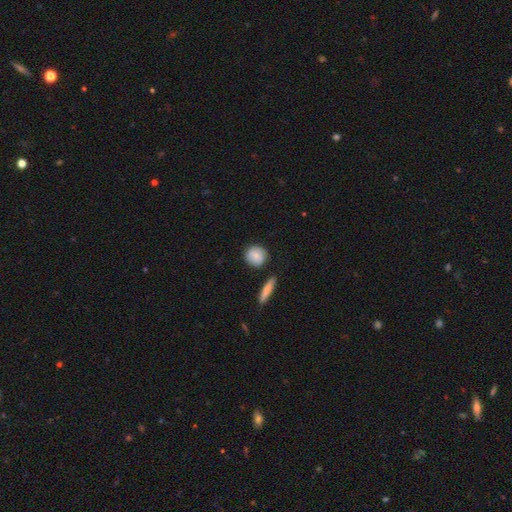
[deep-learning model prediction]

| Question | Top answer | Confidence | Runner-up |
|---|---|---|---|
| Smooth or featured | smooth | 81% | featured or disk (13%) |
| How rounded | round | 84% | in between (13%) |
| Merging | none | 82% | minor disturbance (11%) |